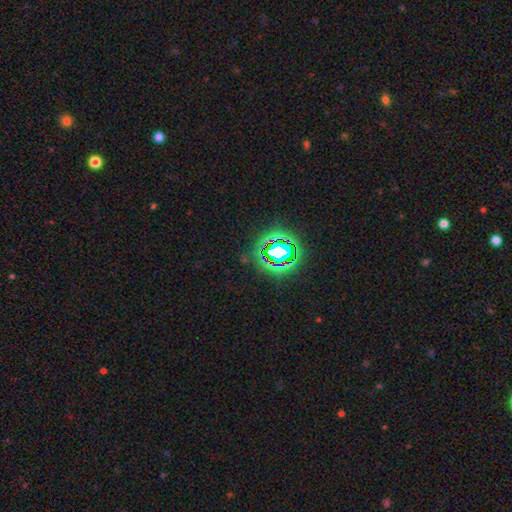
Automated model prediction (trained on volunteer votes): Smooth or featured: star or artifact — 79% (smooth — 13%)